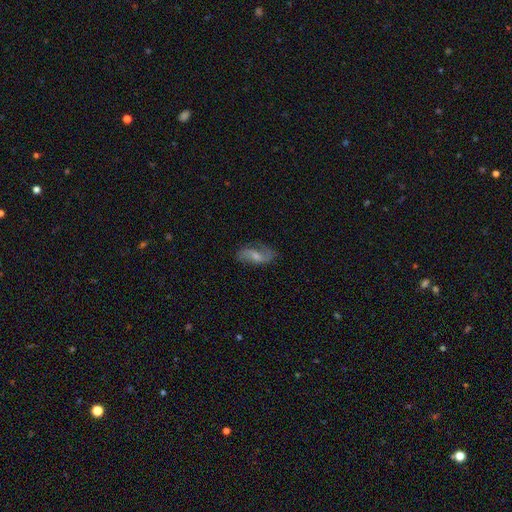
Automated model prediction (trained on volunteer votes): A featured or disk galaxy (63%) with a weak bar (46%), 2 (87%) loose (64%) spiral arms (90%) and a small central bulge (41%).

Vote fractions:
- Smooth or featured? featured or disk: 63% / smooth: 29% / star or artifact: 7%
- Edge-on disk? no: 95% / yes: 5%
- Bar? weak: 46% / no: 42% / strong: 12%
- Spiral arms? yes: 90% / no: 10%
- Spiral winding? loose: 64% / medium: 27% / tight: 8%
- Spiral arm count? 2: 87% / can't tell: 5% / 1: 5% / 3: 1% / 4: 1% / more than 4: 1%
- Bulge size? small: 41% / moderate: 39% / none: 14% / large: 5% / dominant: 1%
- Merging? none: 69% / minor disturbance: 20% / major disturbance: 9% / merger: 2%